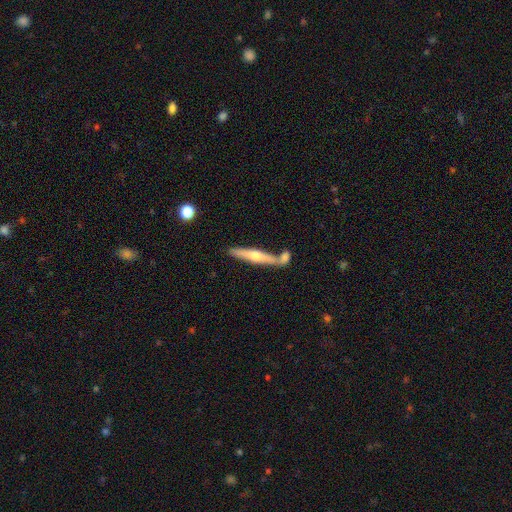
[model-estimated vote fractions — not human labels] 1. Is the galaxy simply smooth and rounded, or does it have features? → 59% featured or disk, 35% smooth, 5% star or artifact.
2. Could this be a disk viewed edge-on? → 95% yes, 5% no.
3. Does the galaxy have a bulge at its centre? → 87% rounded, 9% none, 4% boxy.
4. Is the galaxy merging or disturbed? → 66% none, 19% merger, 11% minor disturbance, 3% major disturbance.